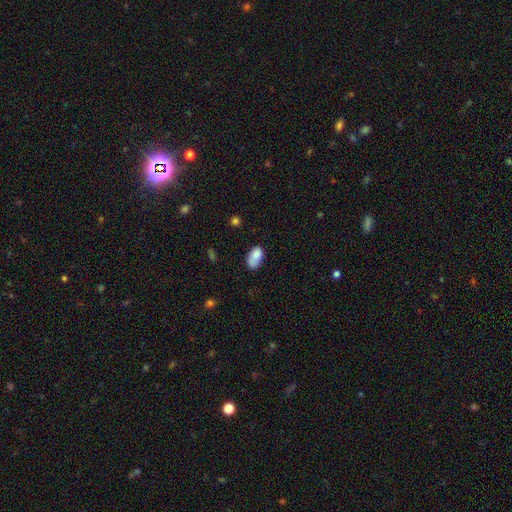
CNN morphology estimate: smooth_or_featured: smooth (p=0.82) [alt: featured or disk p=0.10]
how_rounded: in between (p=0.93) [alt: round p=0.05]
merging: none (p=0.56) [alt: minor disturbance p=0.31]